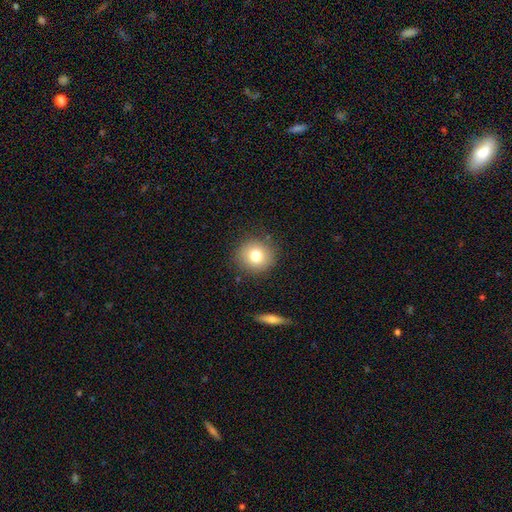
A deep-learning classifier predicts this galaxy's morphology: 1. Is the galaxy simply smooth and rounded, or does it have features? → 77% smooth, 12% featured or disk, 11% star or artifact.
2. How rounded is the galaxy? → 90% round, 9% in between, 1% cigar-shaped.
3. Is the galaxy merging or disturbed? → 87% none, 9% minor disturbance, 3% major disturbance, 2% merger.